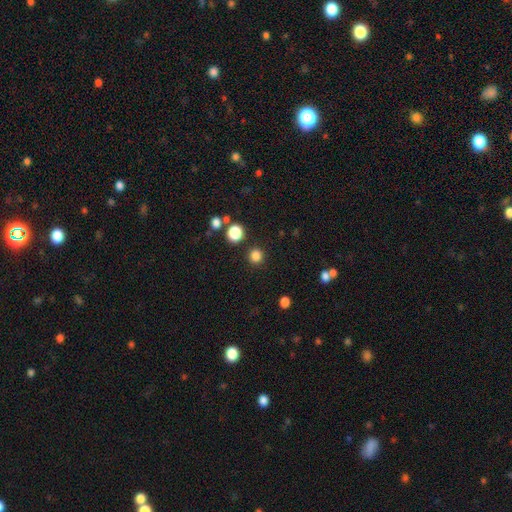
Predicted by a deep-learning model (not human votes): smooth_or_featured: smooth (p=0.83) [alt: star or artifact p=0.13]
how_rounded: round (p=0.94) [alt: in between p=0.05]
merging: none (p=0.89) [alt: minor disturbance p=0.05]